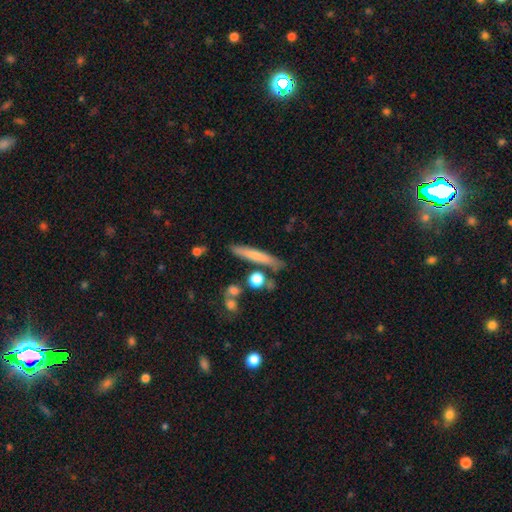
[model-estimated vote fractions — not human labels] The model was most divided on "smooth or featured": smooth: 66%, featured or disk: 27%, star or artifact: 7%. More confident: how rounded — cigar-shaped (93%); merging — none (80%).